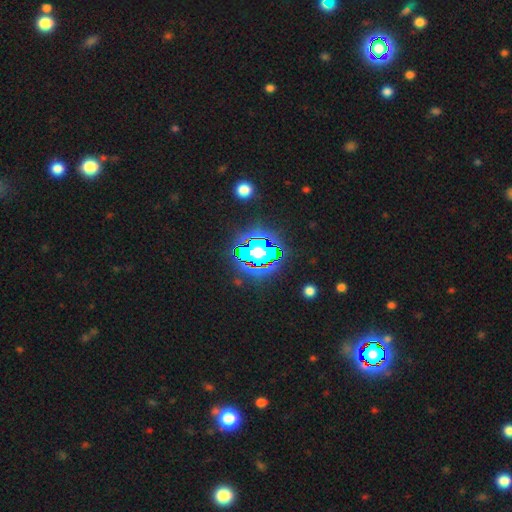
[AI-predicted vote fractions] Smooth or featured?
  - star or artifact: 82% *
  - smooth: 11%
  - featured or disk: 8%